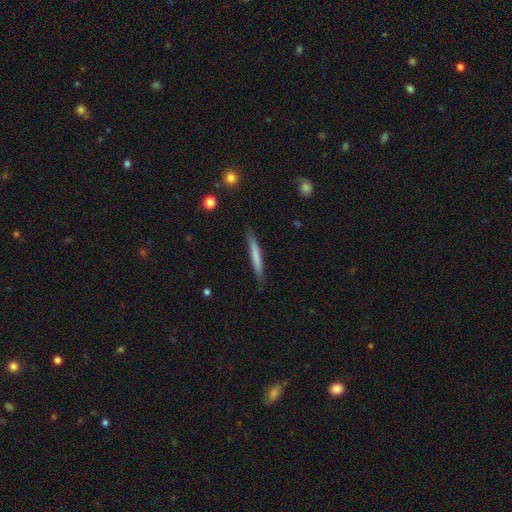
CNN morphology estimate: smooth-or-featured: smooth: 69% | featured or disk: 26% | star or artifact: 6%
  how-rounded: cigar-shaped: 96% | in between: 3% | round: 1%
  merging: none: 86% | minor disturbance: 10% | major disturbance: 2% | merger: 1%